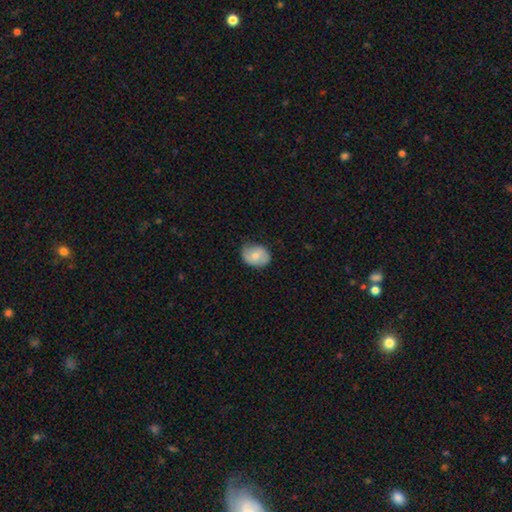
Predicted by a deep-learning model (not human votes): Smooth or featured: smooth — 72% (featured or disk — 21%)
How rounded: in between — 63% (round — 36%)
Merging: none — 68% (minor disturbance — 27%)